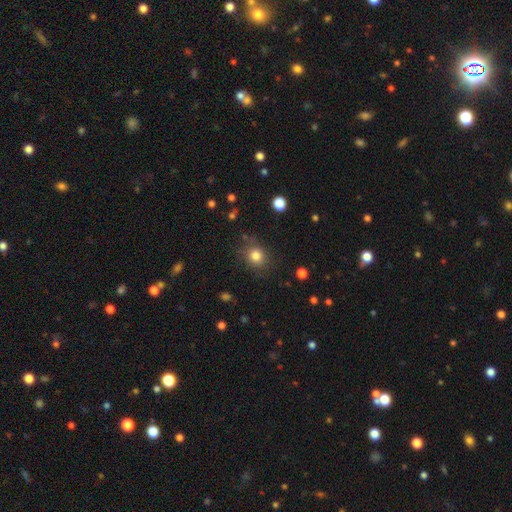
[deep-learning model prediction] Smooth or featured? smooth (82%)
How rounded? round (78%)
Merging? none (81%)